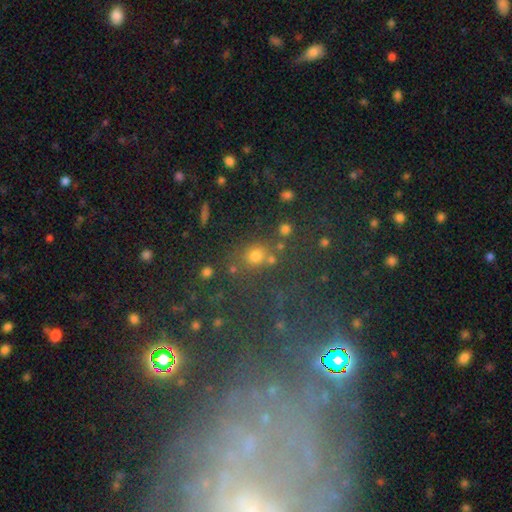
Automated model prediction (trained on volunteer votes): Smooth or featured: smooth — 68% (star or artifact — 23%)
How rounded: round — 77% (in between — 21%)
Merging: none — 69% (merger — 14%)